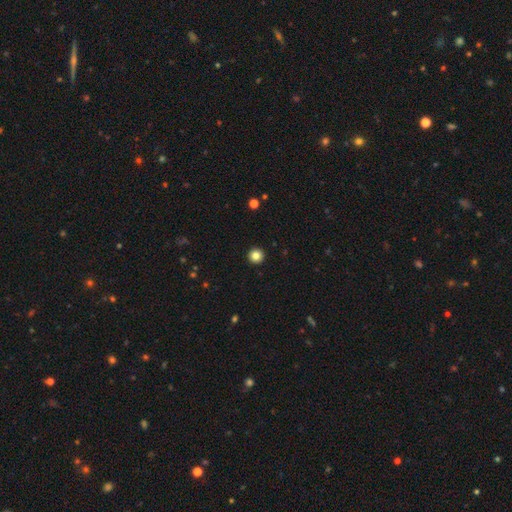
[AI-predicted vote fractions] A smooth galaxy with no disk features (84%) that is round (96%).

Vote fractions:
- Smooth or featured? smooth: 84% / star or artifact: 11% / featured or disk: 5%
- How rounded? round: 96% / in between: 3% / cigar-shaped: 1%
- Merging? none: 94% / minor disturbance: 4% / major disturbance: 1% / merger: 1%